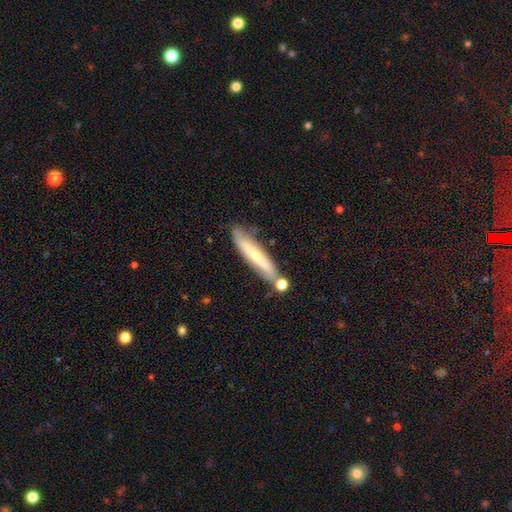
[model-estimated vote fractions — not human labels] This appears to be a featured or disk galaxy (50%). Merging: none (70%).